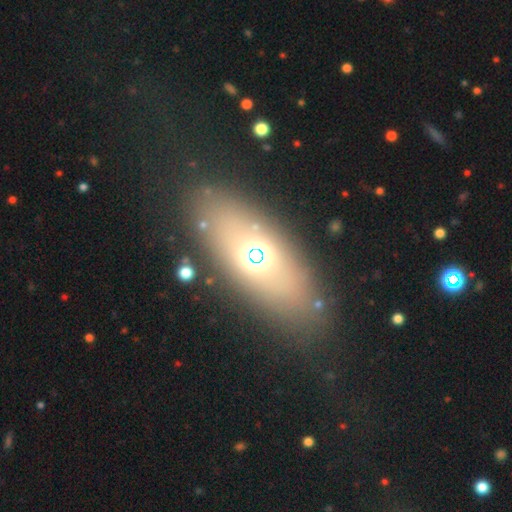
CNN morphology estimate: This is possibly a smooth galaxy (48%). Merging: clearly none (85%).